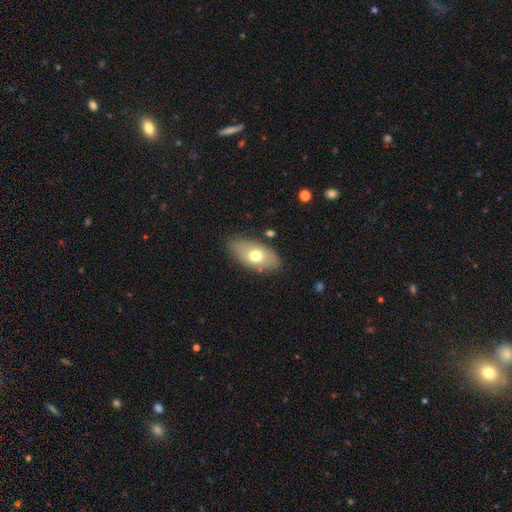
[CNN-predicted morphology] This is likely a smooth galaxy (66%). How rounded: clearly in between (91%). Merging: likely none (77%).